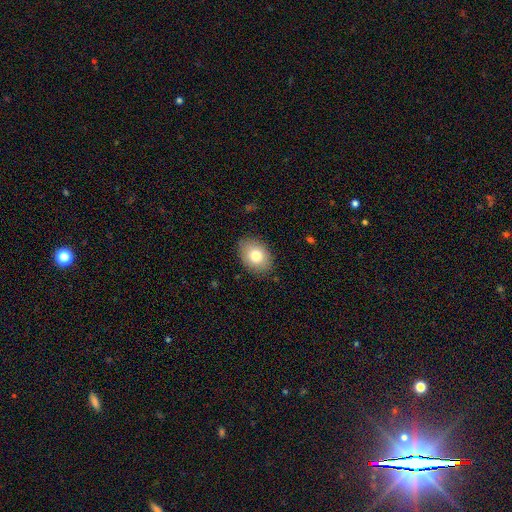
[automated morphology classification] smooth_or_featured: smooth (p=0.79) [alt: featured or disk p=0.13]
how_rounded: in between (p=0.76) [alt: round p=0.23]
merging: none (p=0.85) [alt: minor disturbance p=0.11]